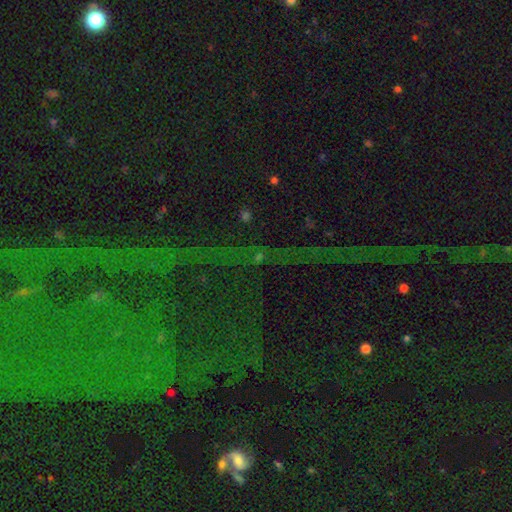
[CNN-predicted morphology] Smooth or featured? Predicted: star or artifact (p=0.78).